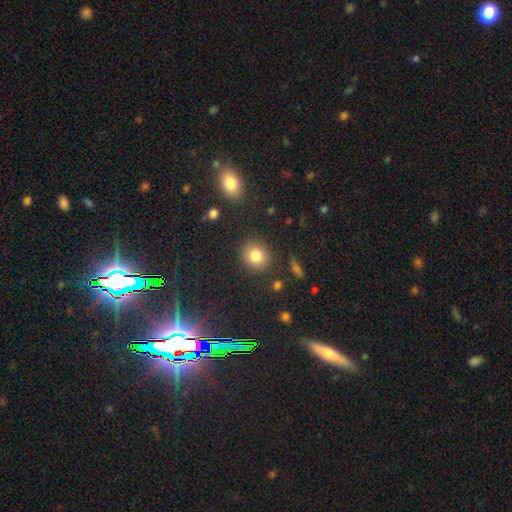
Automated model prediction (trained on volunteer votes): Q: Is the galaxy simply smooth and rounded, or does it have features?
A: smooth — 83%.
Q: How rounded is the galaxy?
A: round — 84%.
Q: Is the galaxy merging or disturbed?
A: none — 86%.